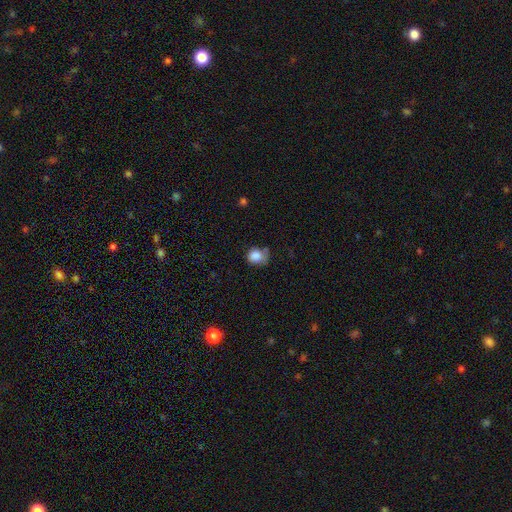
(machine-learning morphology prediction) Smooth or featured: smooth — 84% (star or artifact — 9%)
How rounded: round — 66% (in between — 33%)
Merging: none — 43% (minor disturbance — 36%)